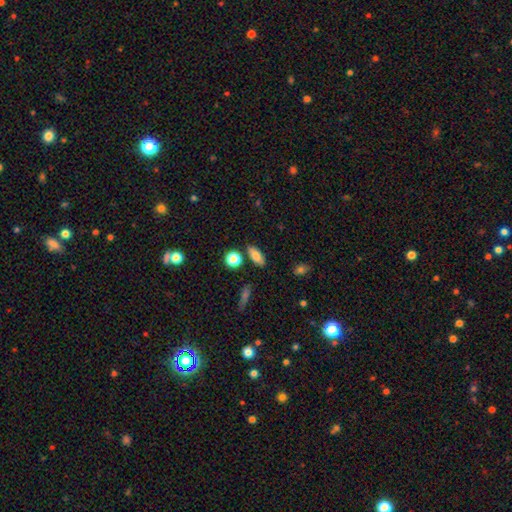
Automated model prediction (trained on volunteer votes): Smooth or featured: smooth — 78% (featured or disk — 12%)
How rounded: in between — 77% (cigar-shaped — 15%)
Merging: none — 81% (minor disturbance — 11%)